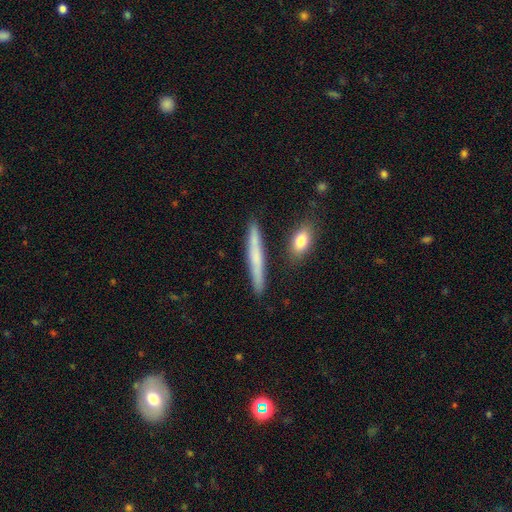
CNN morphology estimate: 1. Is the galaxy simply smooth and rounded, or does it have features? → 55% smooth, 39% featured or disk, 7% star or artifact.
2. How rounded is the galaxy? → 95% cigar-shaped, 3% in between, 2% round.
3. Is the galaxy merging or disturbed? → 86% none, 9% minor disturbance, 3% merger, 2% major disturbance.